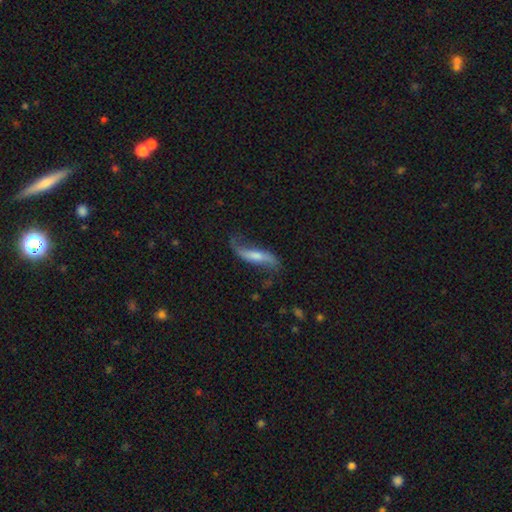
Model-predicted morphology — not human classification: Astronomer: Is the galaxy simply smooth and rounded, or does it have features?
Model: featured or disk — 70%.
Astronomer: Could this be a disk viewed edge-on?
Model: no — 78%.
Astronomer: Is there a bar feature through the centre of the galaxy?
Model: no — 41% (runner-up: weak, 34%).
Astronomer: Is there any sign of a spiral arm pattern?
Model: yes — 90%.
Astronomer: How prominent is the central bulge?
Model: small — 36% (runner-up: moderate, 34%).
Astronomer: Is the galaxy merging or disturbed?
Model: none — 57%.